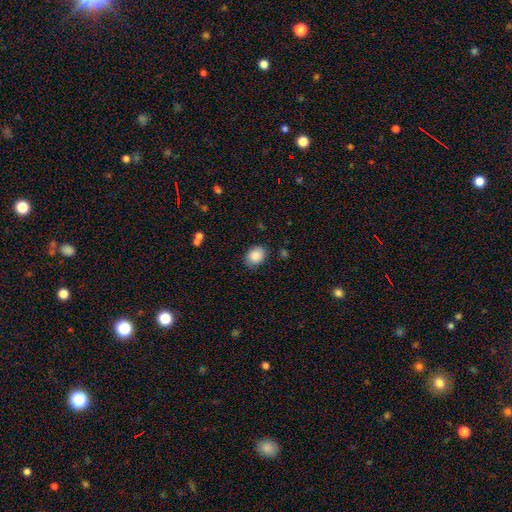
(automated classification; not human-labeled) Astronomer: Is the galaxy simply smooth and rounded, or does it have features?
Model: smooth — 88%.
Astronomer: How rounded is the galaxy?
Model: in between — 61% (runner-up: round, 38%).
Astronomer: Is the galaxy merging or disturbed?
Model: none — 82%.